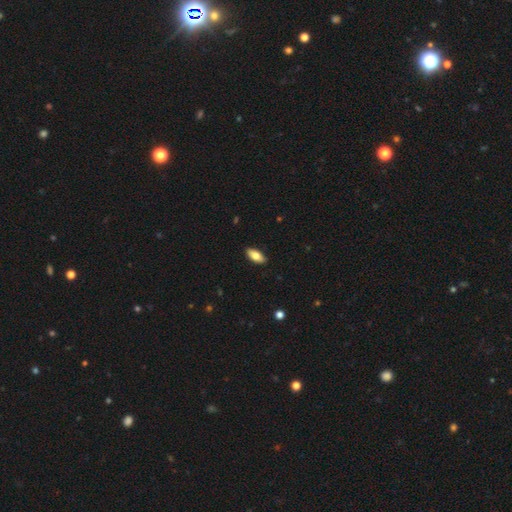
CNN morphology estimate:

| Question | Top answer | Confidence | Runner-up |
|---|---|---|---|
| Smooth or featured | smooth | 77% | featured or disk (17%) |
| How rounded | in between | 87% | cigar-shaped (10%) |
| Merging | none | 89% | minor disturbance (9%) |